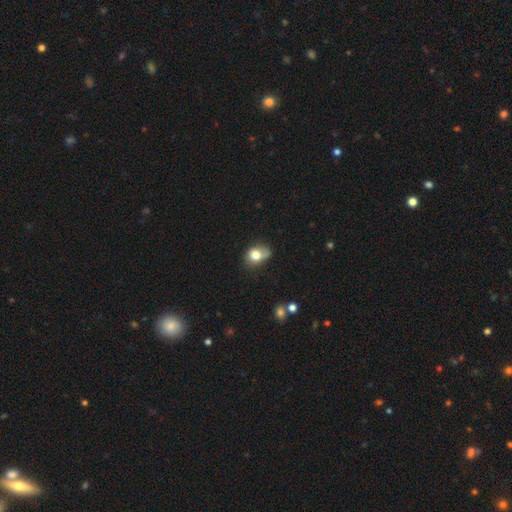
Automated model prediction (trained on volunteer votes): The model was most divided on "merging": none: 42%, minor disturbance: 36%, major disturbance: 16%, merger: 6%. More confident: smooth or featured — smooth (75%); how rounded — in between (56%).